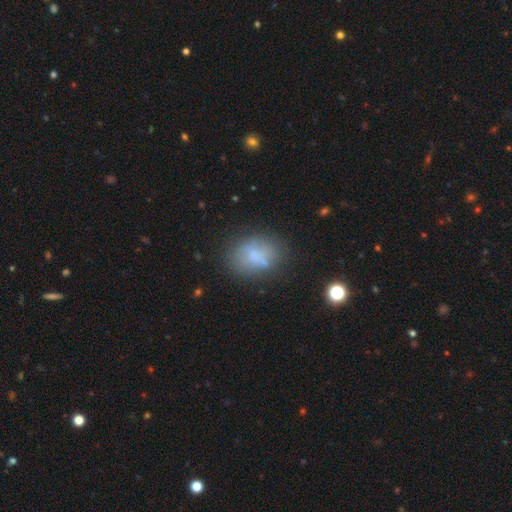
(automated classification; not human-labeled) Smooth or featured? Predicted: smooth (p=0.64). How rounded? Predicted: in between (p=0.64). Merging? Predicted: none (p=0.59).